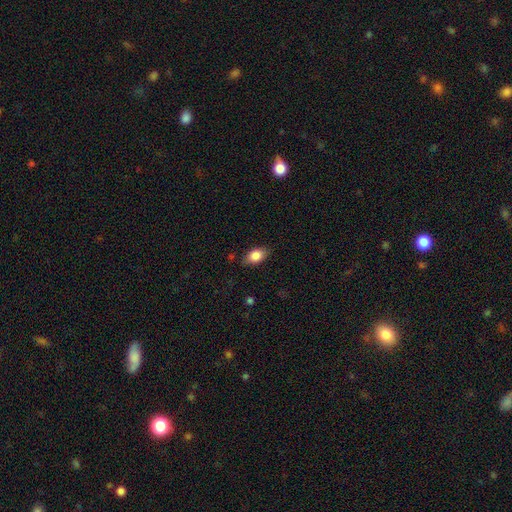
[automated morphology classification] A smooth galaxy with no disk features (83%) that is in between round and cigar-shaped (84%).

Vote fractions:
- Smooth or featured? smooth: 83% / featured or disk: 9% / star or artifact: 8%
- How rounded? in between: 84% / round: 14% / cigar-shaped: 3%
- Merging? none: 77% / minor disturbance: 17% / major disturbance: 4% / merger: 1%